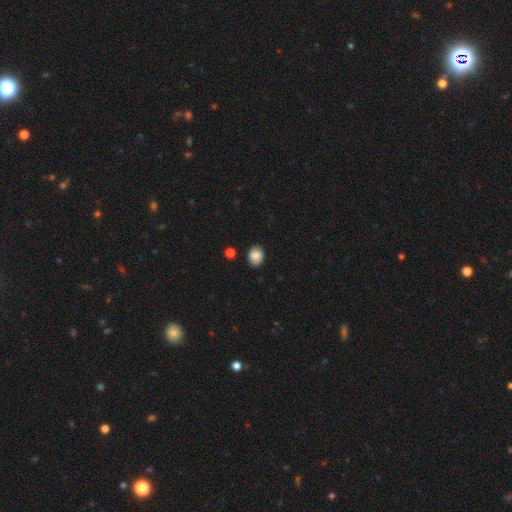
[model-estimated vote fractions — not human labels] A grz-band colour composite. It shows a smooth galaxy with no disk features (85%) that is round (55%). Merging: none (87%).